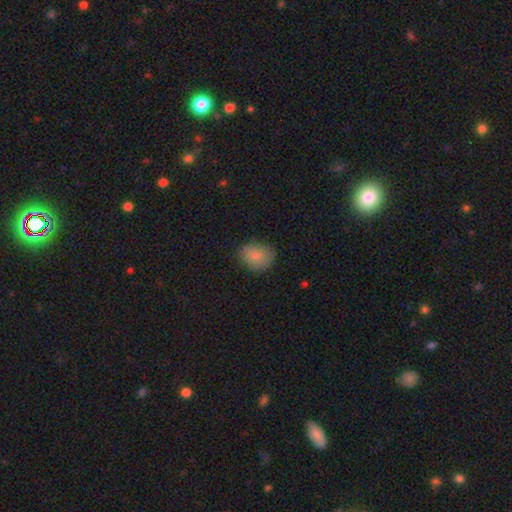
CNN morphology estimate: smooth_or_featured: smooth (p=0.78) [alt: featured or disk p=0.14]
how_rounded: in between (p=0.51) [alt: round p=0.48]
merging: none (p=0.67) [alt: minor disturbance p=0.25]